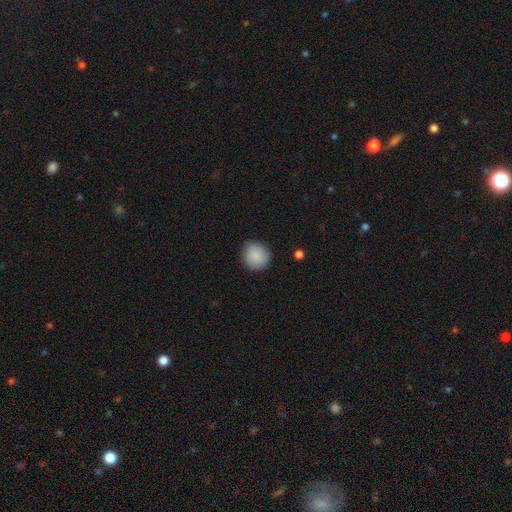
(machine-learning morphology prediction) Smooth or featured? Predicted: smooth (p=0.88). How rounded? Predicted: round (p=0.88). Merging? Predicted: none (p=0.86).